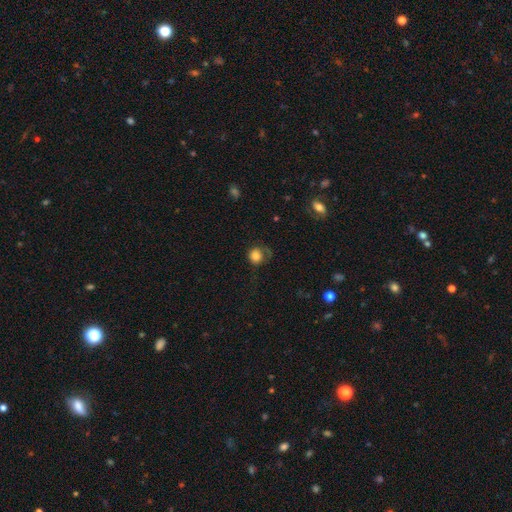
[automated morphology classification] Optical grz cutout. It shows a smooth galaxy with no disk features (78%) that is round (83%). Merging: none (51%).